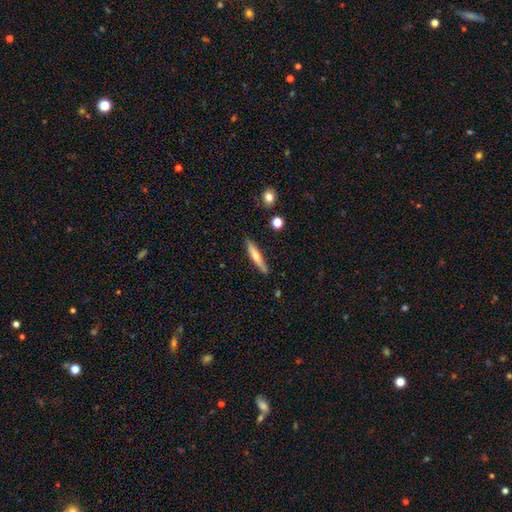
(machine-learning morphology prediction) Smooth or featured? Predicted: featured or disk (p=0.49). Merging? Predicted: none (p=0.86).